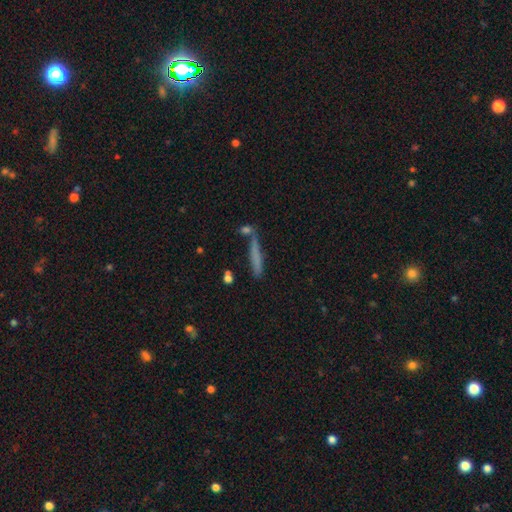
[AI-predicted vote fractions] Smooth or featured? smooth (64%)
How rounded? cigar-shaped (93%)
Merging? none (72%)